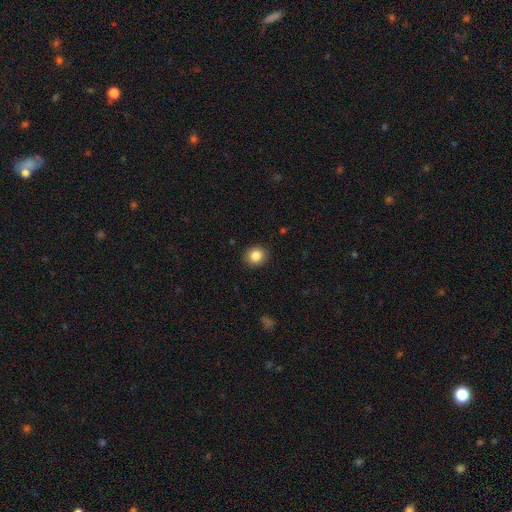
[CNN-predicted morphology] Smooth or featured?
  - smooth: 84% *
  - star or artifact: 10%
  - featured or disk: 6%
How rounded?
  - round: 82% *
  - in between: 17%
  - cigar-shaped: 1%
Merging?
  - none: 91% *
  - minor disturbance: 6%
  - major disturbance: 2%
  - merger: 1%